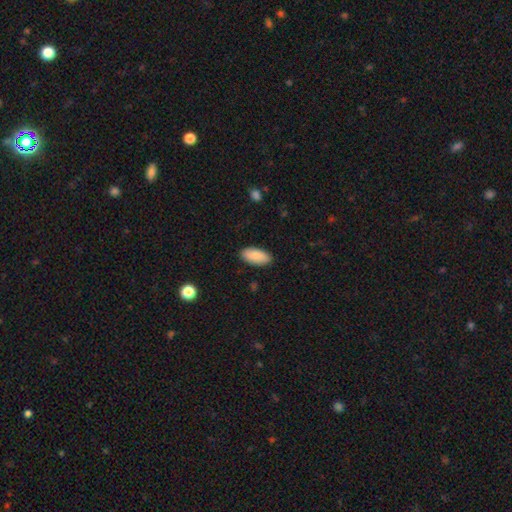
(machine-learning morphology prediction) The model was most divided on "merging": none: 89%, minor disturbance: 8%, major disturbance: 2%, merger: 1%. More confident: how rounded — in between (93%); smooth or featured — smooth (88%).